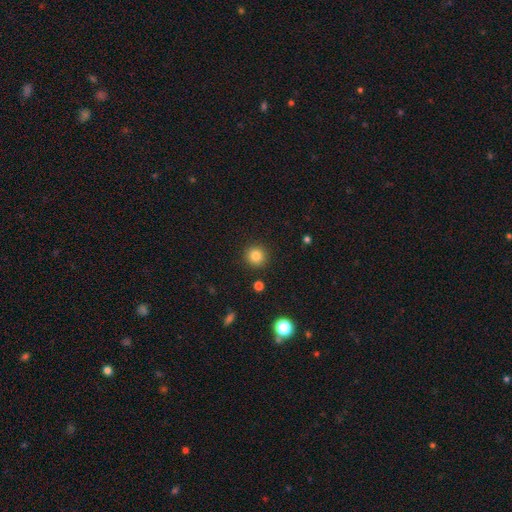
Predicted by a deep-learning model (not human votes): Overall: smooth (83%). How rounded: round (94%). Merging: none (91%).